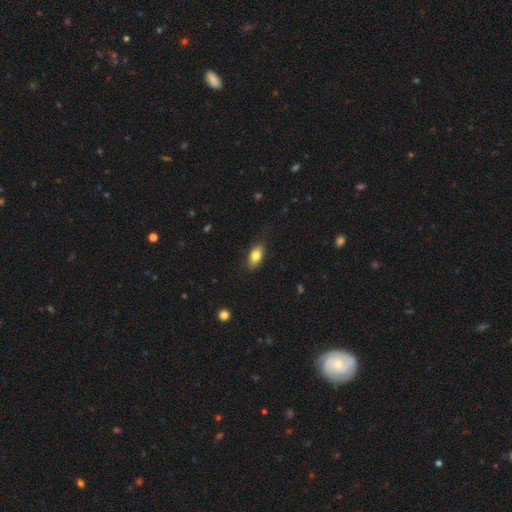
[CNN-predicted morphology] This is likely a smooth galaxy (78%). How rounded: clearly in between (86%). Merging: likely none (79%).